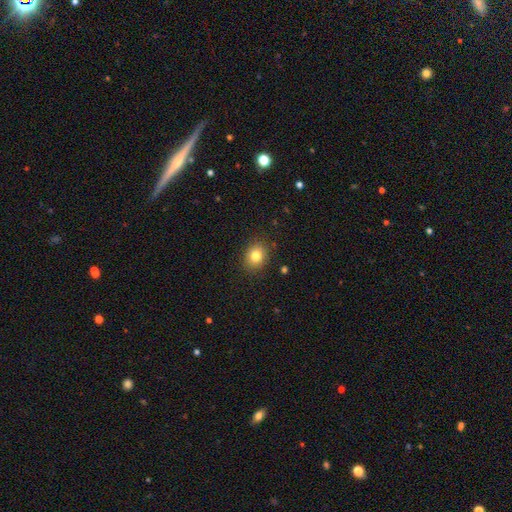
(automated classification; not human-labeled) Overall: smooth (81%). How rounded: round (62%; in between 38%). Merging: none (87%).